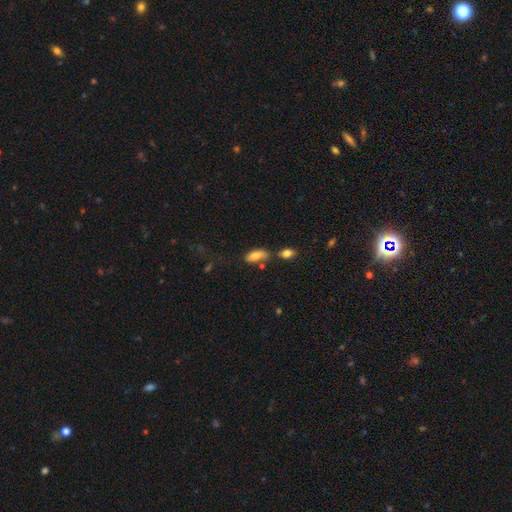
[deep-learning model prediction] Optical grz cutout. It shows a smooth galaxy with no disk features (79%) that is in between round and cigar-shaped (87%). Merging: none (54%).